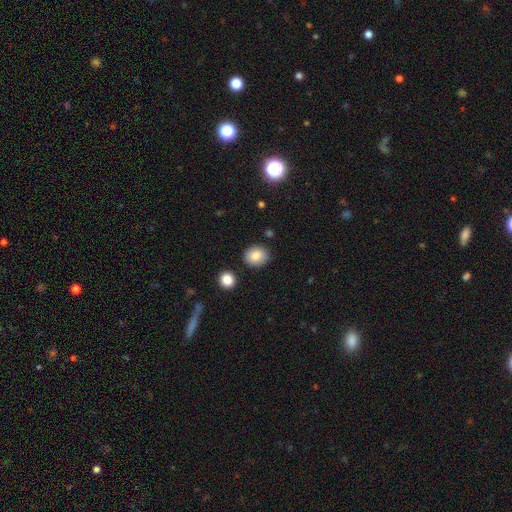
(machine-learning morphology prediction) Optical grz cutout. It shows a smooth galaxy with no disk features (84%) that is round (67%). Merging: none (84%).